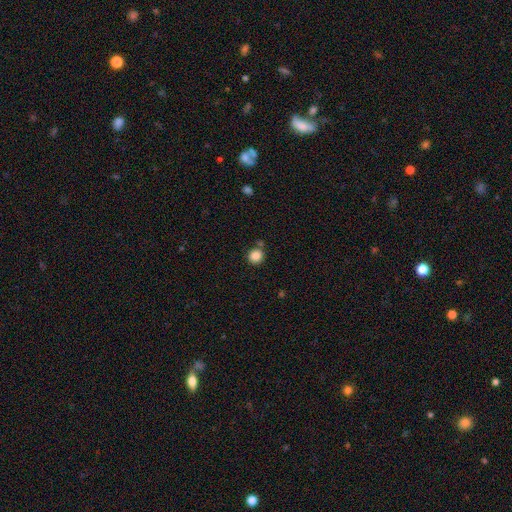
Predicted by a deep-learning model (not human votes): Smooth or featured?
  - smooth: 85% *
  - star or artifact: 10%
  - featured or disk: 4%
How rounded?
  - round: 91% *
  - in between: 8%
  - cigar-shaped: 1%
Merging?
  - none: 78% *
  - minor disturbance: 10%
  - merger: 9%
  - major disturbance: 3%